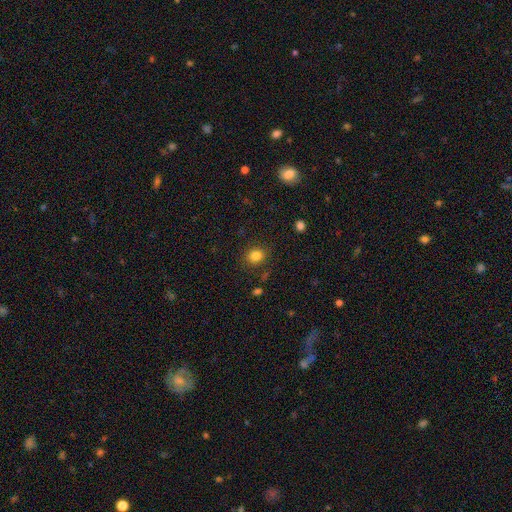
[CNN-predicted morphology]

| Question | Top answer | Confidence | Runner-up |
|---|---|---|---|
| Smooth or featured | smooth | 83% | star or artifact (12%) |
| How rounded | round | 70% | in between (29%) |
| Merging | none | 86% | minor disturbance (9%) |